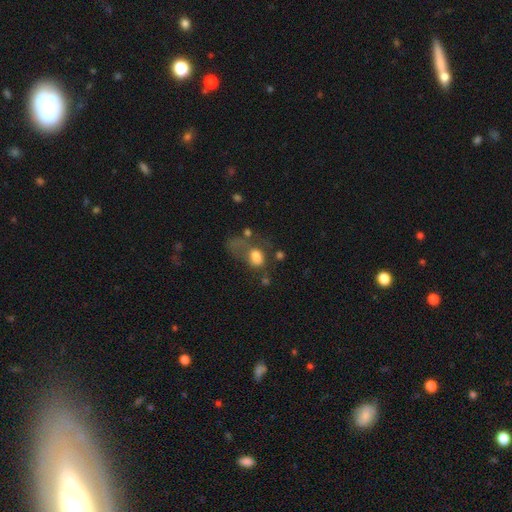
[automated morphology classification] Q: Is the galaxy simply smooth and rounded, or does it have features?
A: smooth — 70%.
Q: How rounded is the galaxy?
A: in between — 68%.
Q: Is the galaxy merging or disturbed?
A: major disturbance — 47%.